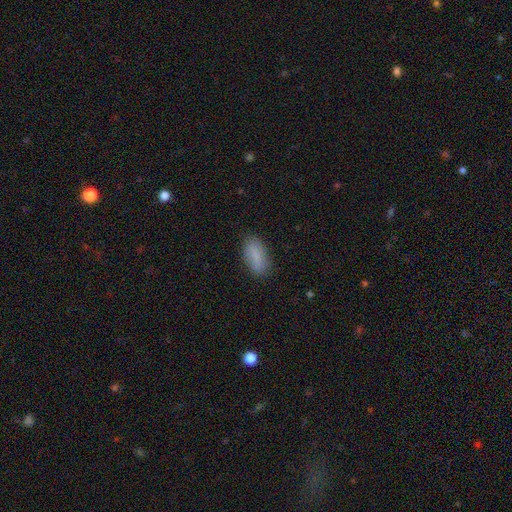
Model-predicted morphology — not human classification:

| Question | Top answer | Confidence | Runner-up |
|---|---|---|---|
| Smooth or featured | smooth | 82% | featured or disk (11%) |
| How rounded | in between | 87% | cigar-shaped (11%) |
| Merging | none | 82% | minor disturbance (14%) |